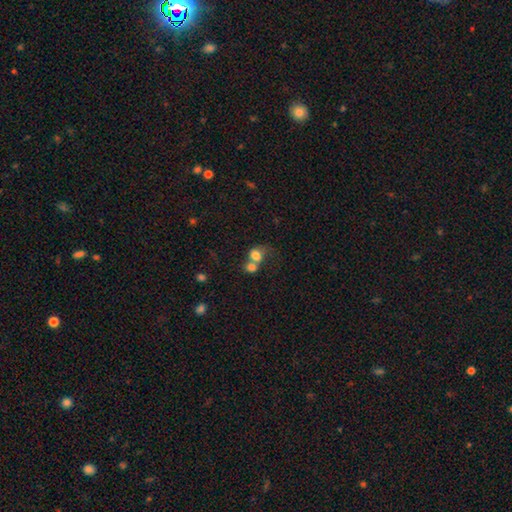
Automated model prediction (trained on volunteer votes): A smooth galaxy with no disk features (76%) that is round (59%).

Vote fractions:
- Smooth or featured? smooth: 76% / featured or disk: 14% / star or artifact: 10%
- How rounded? round: 59% / in between: 40% / cigar-shaped: 1%
- Merging? merger: 67% / none: 19% / minor disturbance: 7% / major disturbance: 7%